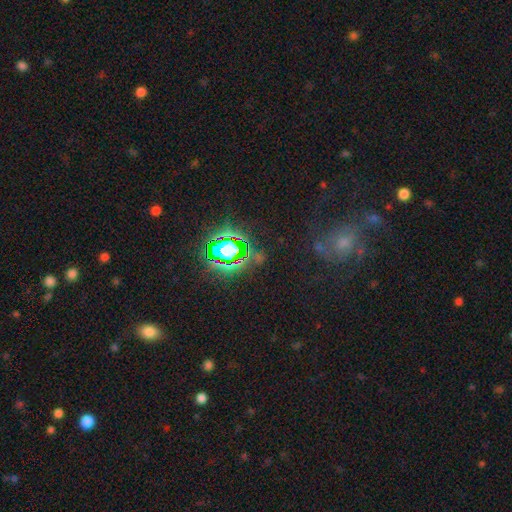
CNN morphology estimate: type=star or artifact (72%).